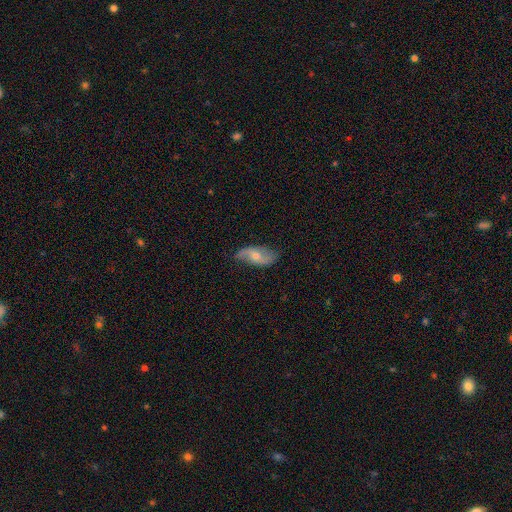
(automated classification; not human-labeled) Smooth or featured? featured or disk (65%)
Edge-on disk? no (91%)
Bar? no (62%)
Spiral arms? yes (88%)
Spiral winding? loose (68%)
Spiral arm count? 2 (88%)
Bulge size? moderate (53%)
Merging? none (75%)